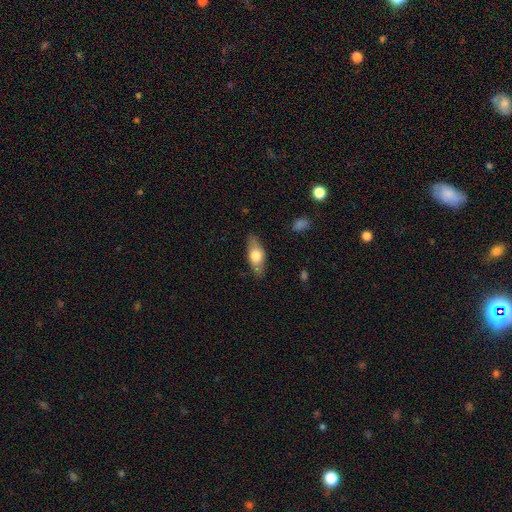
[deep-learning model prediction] This is likely a smooth galaxy (60%). How rounded: likely in between (74%). Merging: clearly none (82%).